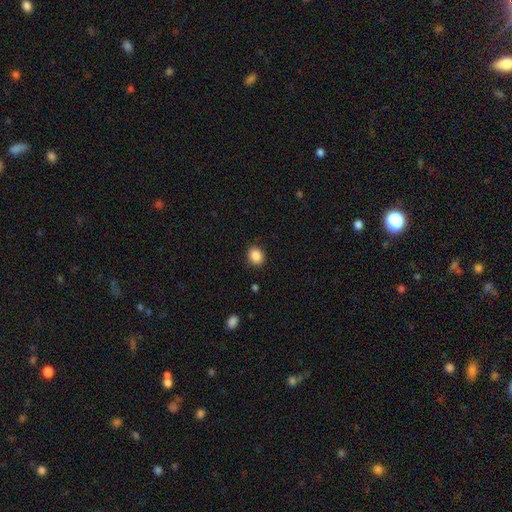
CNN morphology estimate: A smooth galaxy with no disk features (88%) that is round (64%).

Vote fractions:
- Smooth or featured? smooth: 88% / star or artifact: 9% / featured or disk: 3%
- How rounded? round: 64% / in between: 35% / cigar-shaped: 1%
- Merging? none: 89% / minor disturbance: 8% / major disturbance: 2% / merger: 1%